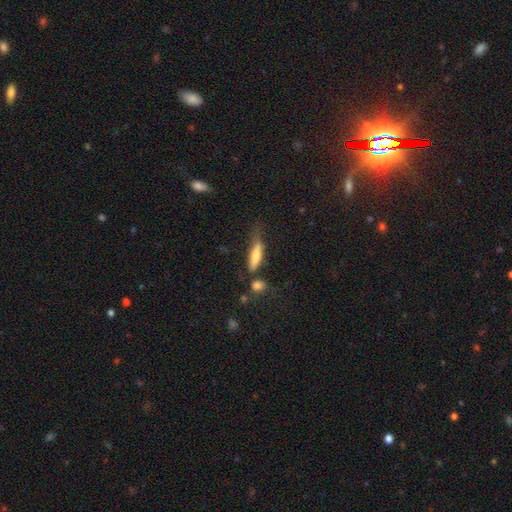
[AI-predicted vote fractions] Smooth or featured: smooth — 69% (featured or disk — 24%)
How rounded: cigar-shaped — 69% (in between — 28%)
Merging: none — 45% (minor disturbance — 30%)